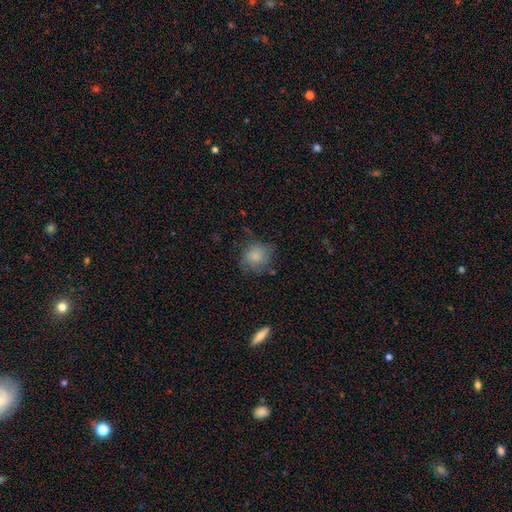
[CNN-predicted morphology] Smooth or featured? Predicted: smooth (p=0.82). How rounded? Predicted: round (p=0.83). Merging? Predicted: none (p=0.66).